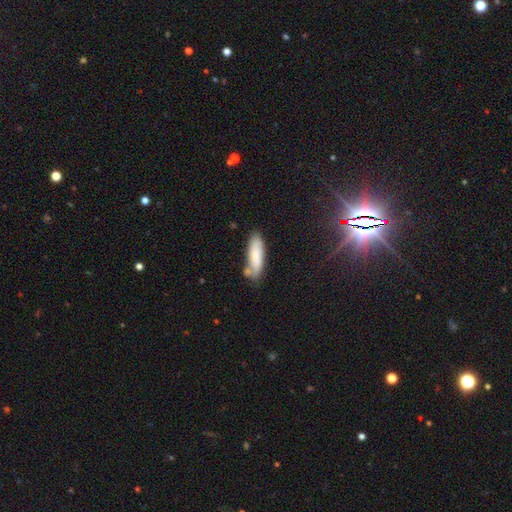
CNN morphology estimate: Smooth or featured: smooth — 74% (featured or disk — 19%)
How rounded: cigar-shaped — 53% (in between — 46%)
Merging: none — 63% (minor disturbance — 21%)